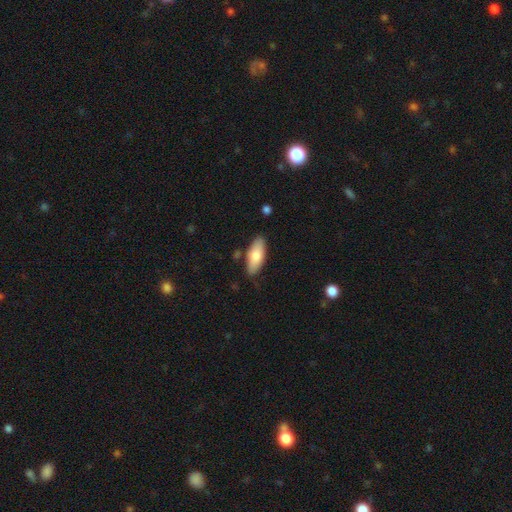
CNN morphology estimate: Smooth or featured? smooth (76%)
How rounded? in between (80%)
Merging? none (82%)